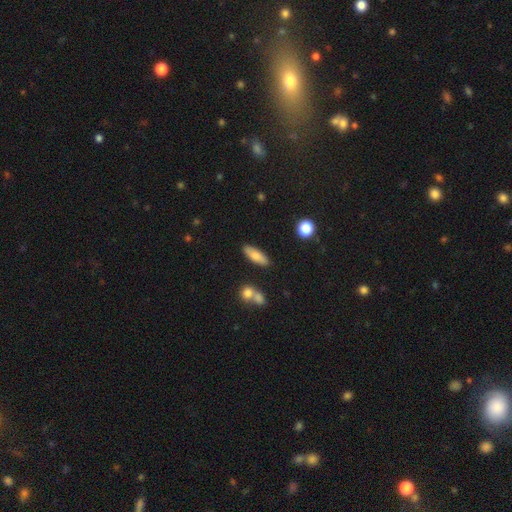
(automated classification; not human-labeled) smooth_or_featured: smooth (p=0.77) [alt: featured or disk p=0.16]
how_rounded: in between (p=0.59) [alt: cigar-shaped p=0.38]
merging: none (p=0.82) [alt: minor disturbance p=0.10]